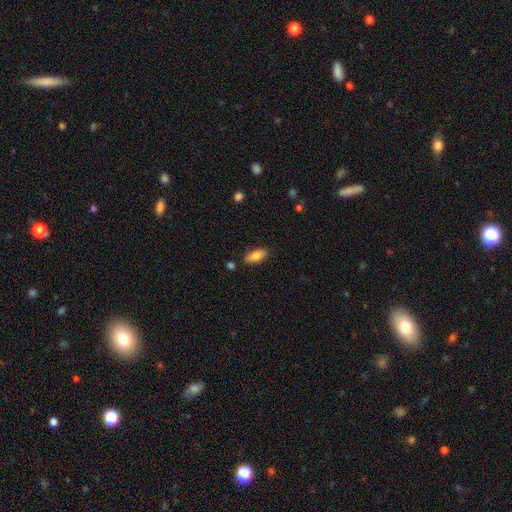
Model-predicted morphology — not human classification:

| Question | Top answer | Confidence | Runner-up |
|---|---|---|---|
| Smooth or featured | smooth | 78% | featured or disk (15%) |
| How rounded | in between | 79% | cigar-shaped (19%) |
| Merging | none | 85% | minor disturbance (10%) |